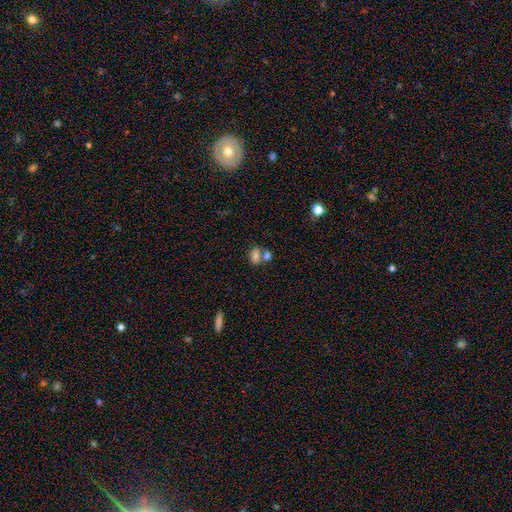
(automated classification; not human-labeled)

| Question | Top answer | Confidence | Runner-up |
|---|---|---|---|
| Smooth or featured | smooth | 79% | featured or disk (11%) |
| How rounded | in between | 80% | round (18%) |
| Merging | merger | 45% | none (40%) |